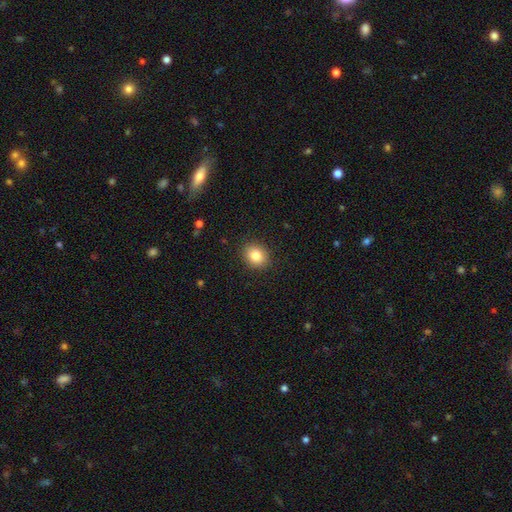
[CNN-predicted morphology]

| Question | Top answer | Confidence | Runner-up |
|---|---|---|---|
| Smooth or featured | smooth | 84% | star or artifact (10%) |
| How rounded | round | 66% | in between (34%) |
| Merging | none | 90% | minor disturbance (7%) |